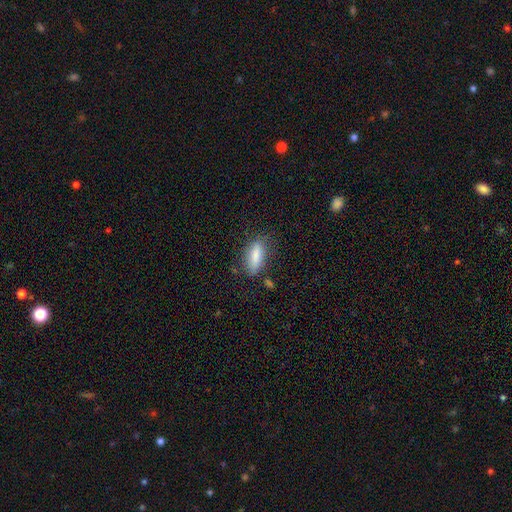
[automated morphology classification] smooth_or_featured: smooth (p=0.78) [alt: featured or disk p=0.15]
how_rounded: in between (p=0.63) [alt: cigar-shaped p=0.35]
merging: none (p=0.70) [alt: minor disturbance p=0.20]